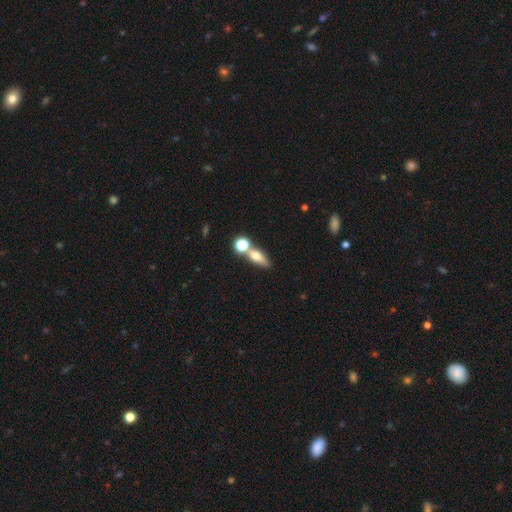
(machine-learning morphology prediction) The model was most divided on "merging": none: 46%, merger: 38%, minor disturbance: 11%, major disturbance: 5%. More confident: smooth or featured — smooth (66%); how rounded — in between (57%).